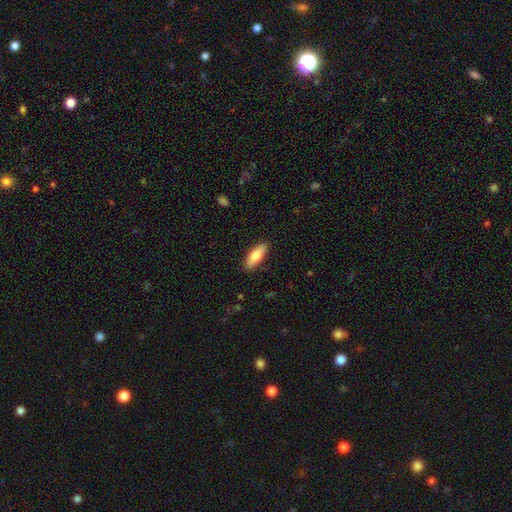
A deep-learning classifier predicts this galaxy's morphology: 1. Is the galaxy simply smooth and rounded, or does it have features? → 77% smooth, 18% featured or disk, 6% star or artifact.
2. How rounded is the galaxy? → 65% in between, 33% cigar-shaped, 2% round.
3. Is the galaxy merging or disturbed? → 88% none, 9% minor disturbance, 2% major disturbance, 1% merger.